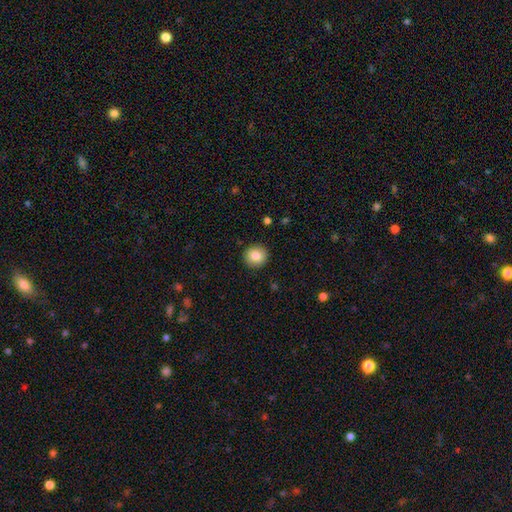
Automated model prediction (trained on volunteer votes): smooth-or-featured: smooth: 83% | featured or disk: 9% | star or artifact: 8%
  how-rounded: round: 93% | in between: 6% | cigar-shaped: 1%
  merging: none: 92% | minor disturbance: 6% | major disturbance: 2% | merger: 1%